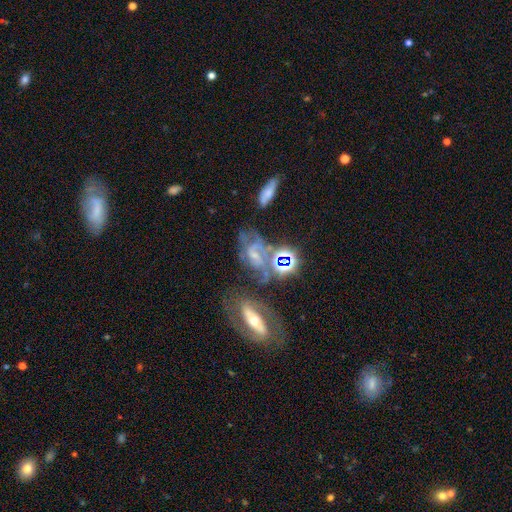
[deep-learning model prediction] featured or disk 59%, star or artifact 22%, smooth 19%. Down the decision tree: edge-on disk — no (94%); bar — no (48%); spiral arms — yes (75%); bulge size — small (44%); merging — none (34%).